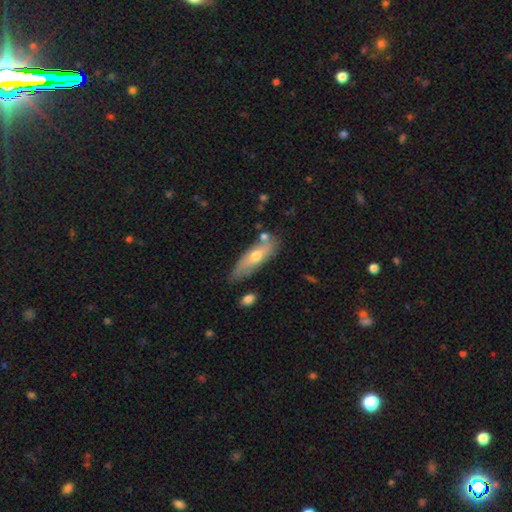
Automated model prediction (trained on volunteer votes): Smooth or featured?
  - smooth: 56% *
  - featured or disk: 38%
  - star or artifact: 6%
How rounded?
  - in between: 55% *
  - cigar-shaped: 42%
  - round: 3%
Merging?
  - none: 68% *
  - minor disturbance: 21%
  - merger: 7%
  - major disturbance: 4%